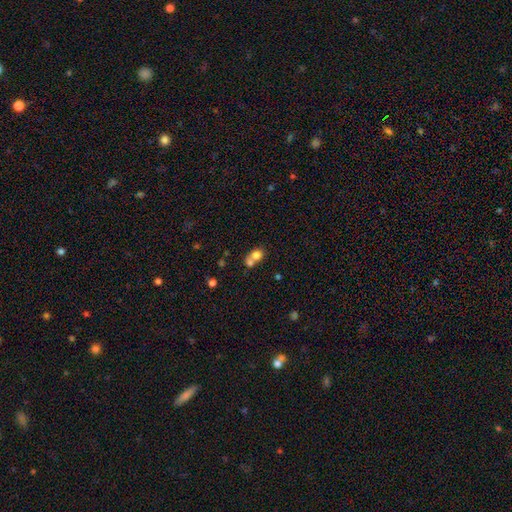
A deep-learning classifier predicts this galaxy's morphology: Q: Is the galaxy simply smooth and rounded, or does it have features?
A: smooth — 76%.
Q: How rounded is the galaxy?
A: round — 63%.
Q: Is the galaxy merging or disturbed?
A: merger — 64%.